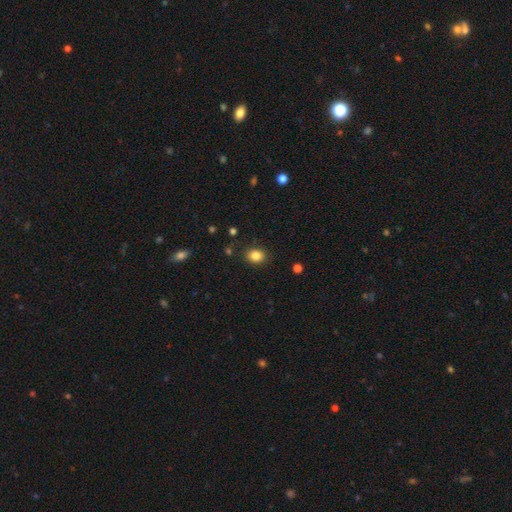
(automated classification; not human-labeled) Q: Smooth or featured?
A: smooth (85%); runner-up: star or artifact (10%)
Q: How rounded?
A: in between (52%); runner-up: round (47%)
Q: Merging?
A: none (87%); runner-up: minor disturbance (9%)